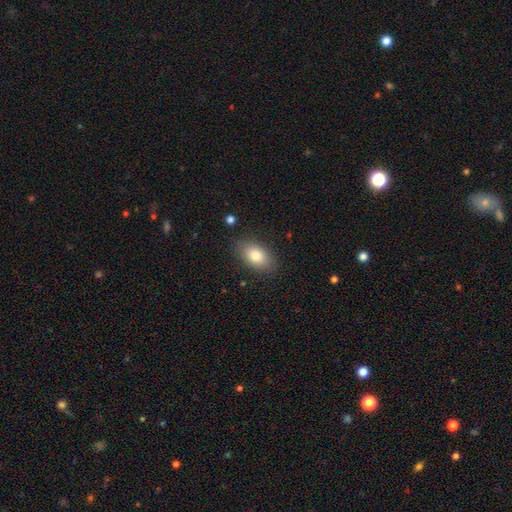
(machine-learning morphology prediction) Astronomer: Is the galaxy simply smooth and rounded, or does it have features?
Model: smooth — 81%.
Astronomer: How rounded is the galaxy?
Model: in between — 90%.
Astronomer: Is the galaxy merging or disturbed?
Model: none — 85%.